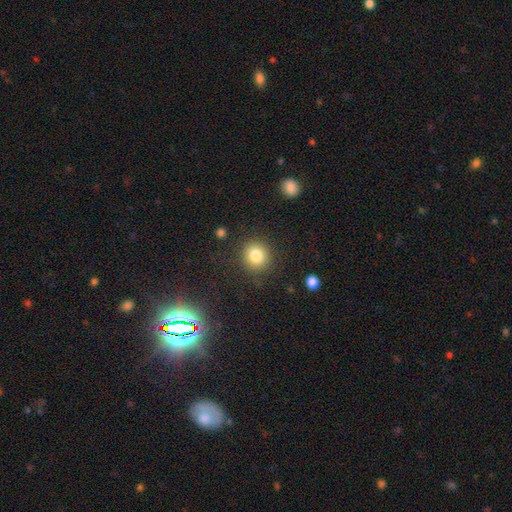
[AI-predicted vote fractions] The model was most divided on "smooth or featured": smooth: 83%, star or artifact: 11%, featured or disk: 7%. More confident: merging — none (86%); how rounded — round (85%).